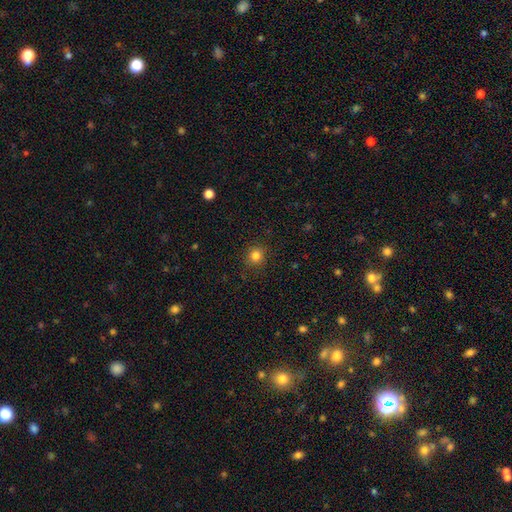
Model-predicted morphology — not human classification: Smooth or featured? smooth (83%)
How rounded? round (91%)
Merging? none (89%)